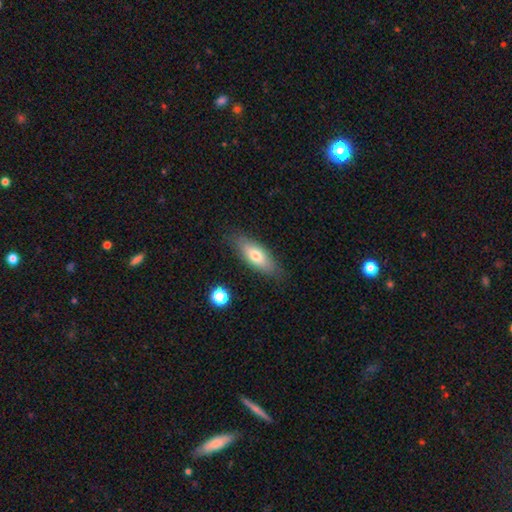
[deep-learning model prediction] smooth 70%, featured or disk 23%, star or artifact 7%. Down the decision tree: how rounded — in between (71%); merging — none (81%).